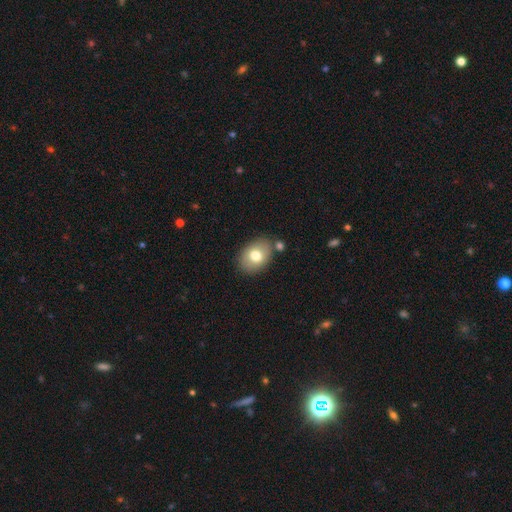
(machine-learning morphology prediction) Smooth or featured? smooth (76%)
How rounded? in between (75%)
Merging? none (77%)